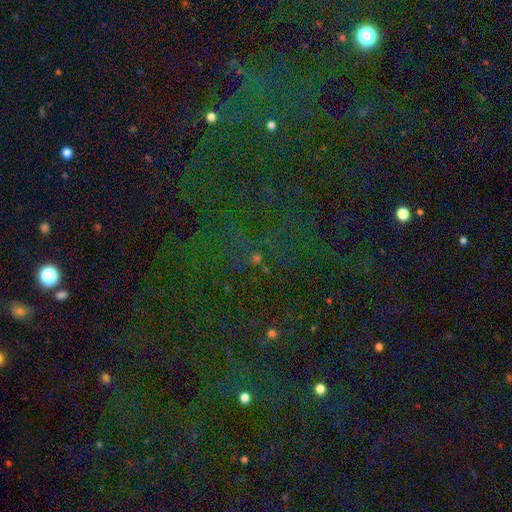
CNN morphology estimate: smooth-or-featured: star or artifact: 77% | smooth: 14% | featured or disk: 9%